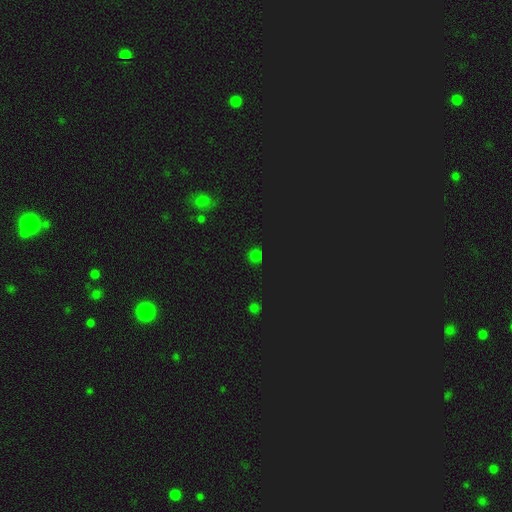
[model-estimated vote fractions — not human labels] This appears to be a smooth galaxy with no disk features (60%) that is round (87%). Merging: none (83%).